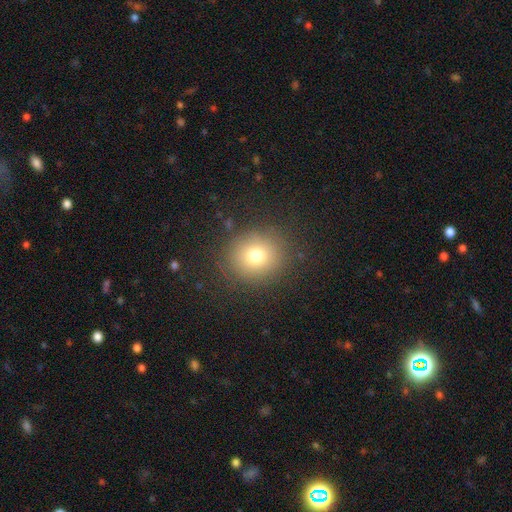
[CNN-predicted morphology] smooth-or-featured: smooth: 75% | star or artifact: 14% | featured or disk: 11%
  how-rounded: round: 87% | in between: 12% | cigar-shaped: 1%
  merging: none: 87% | minor disturbance: 8% | major disturbance: 4% | merger: 1%